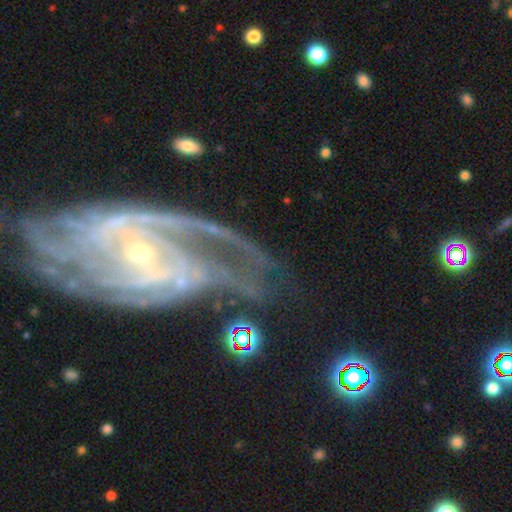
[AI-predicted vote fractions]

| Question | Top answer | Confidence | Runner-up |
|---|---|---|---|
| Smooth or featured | featured or disk | 89% | star or artifact (7%) |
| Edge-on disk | no | 95% | yes (5%) |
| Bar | no | 44% | weak (34%) |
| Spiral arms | yes | 98% | no (2%) |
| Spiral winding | tight | 54% | medium (37%) |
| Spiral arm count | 2 | 27% | 3 (21%) |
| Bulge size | small | 78% | moderate (18%) |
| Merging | none | 63% | minor disturbance (19%) |